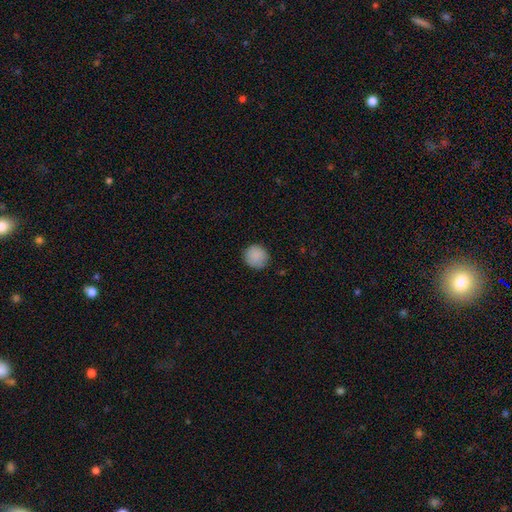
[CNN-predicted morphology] smooth-or-featured: smooth: 88% | star or artifact: 8% | featured or disk: 4%
  how-rounded: round: 91% | in between: 8% | cigar-shaped: 1%
  merging: none: 86% | minor disturbance: 10% | major disturbance: 2% | merger: 1%